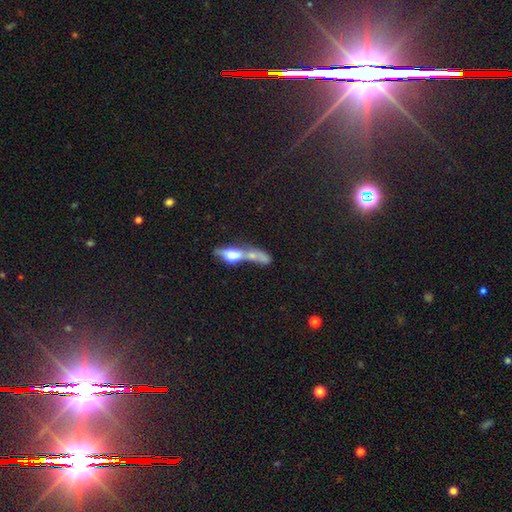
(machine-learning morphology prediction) Overall: smooth (55%; featured or disk 32%). How rounded: in between (55%; cigar-shaped 34%). Merging: merger (72%).